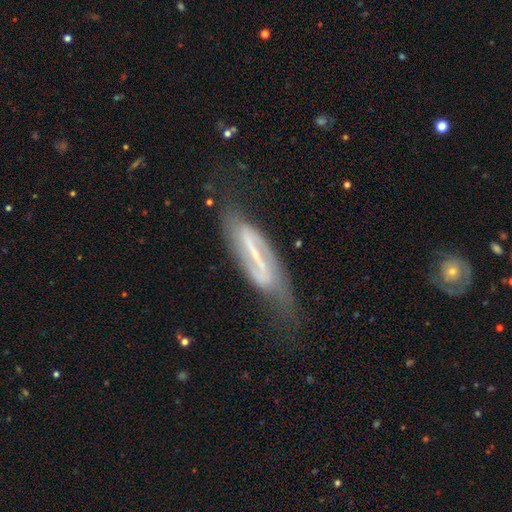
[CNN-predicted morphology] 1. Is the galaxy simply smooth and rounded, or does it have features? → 81% featured or disk, 12% smooth, 7% star or artifact.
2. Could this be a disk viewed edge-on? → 79% no, 21% yes.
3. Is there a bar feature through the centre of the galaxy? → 73% strong, 20% weak, 8% no.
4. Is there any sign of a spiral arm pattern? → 85% yes, 15% no.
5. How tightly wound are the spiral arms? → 39% medium (tied), 39% loose (tied), 22% tight.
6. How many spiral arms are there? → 85% 2, 8% can't tell, 4% 1, 1% 3, 1% 4, 1% more than 4.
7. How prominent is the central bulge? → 56% small, 26% none, 14% moderate, 2% large, 1% dominant.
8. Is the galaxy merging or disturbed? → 61% none, 22% minor disturbance, 14% major disturbance, 3% merger.